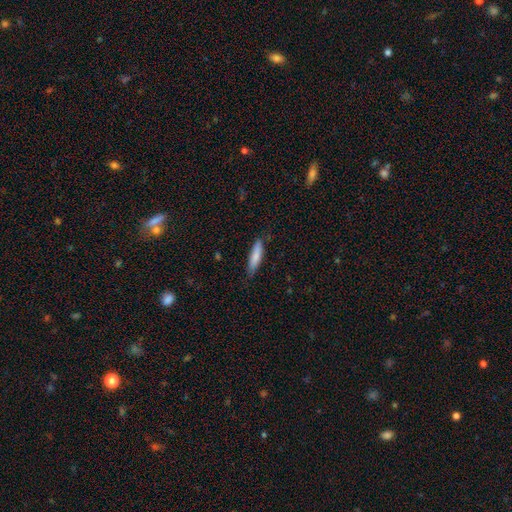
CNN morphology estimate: Smooth or featured: smooth — 81% (featured or disk — 13%)
How rounded: cigar-shaped — 73% (in between — 25%)
Merging: none — 77% (minor disturbance — 18%)